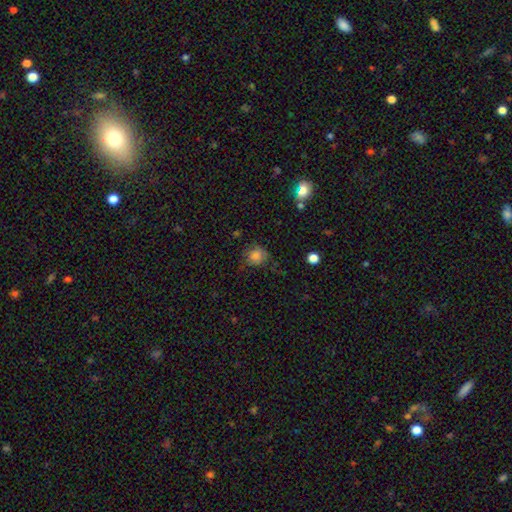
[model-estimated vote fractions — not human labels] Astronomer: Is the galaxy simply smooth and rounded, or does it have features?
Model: smooth — 79%.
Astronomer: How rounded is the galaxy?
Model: round — 76%.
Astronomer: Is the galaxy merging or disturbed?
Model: none — 67%.